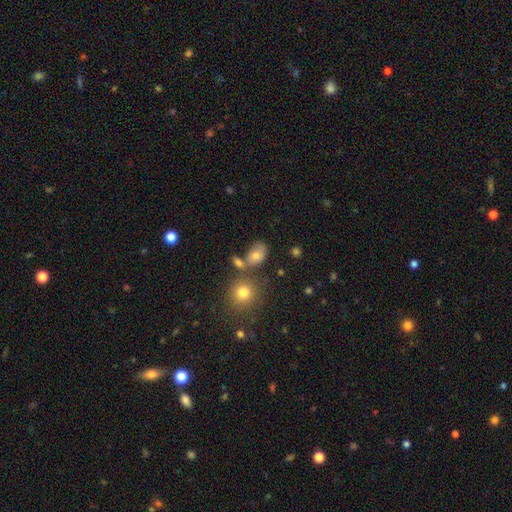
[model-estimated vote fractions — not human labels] smooth_or_featured: smooth (p=0.72) [alt: star or artifact p=0.14]
how_rounded: in between (p=0.70) [alt: round p=0.29]
merging: none (p=0.53) [alt: merger p=0.21]